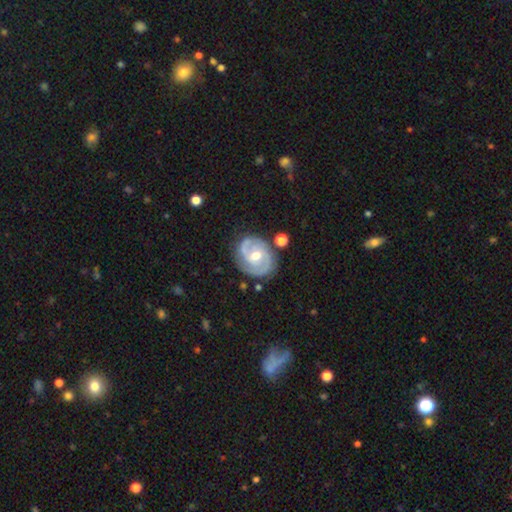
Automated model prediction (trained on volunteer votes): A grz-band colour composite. It shows a featured or disk galaxy (86%) with no bar (51%), 2 (69%) tight (52%) spiral arms (96%) and a moderate central bulge (72%). Merging: none (78%).